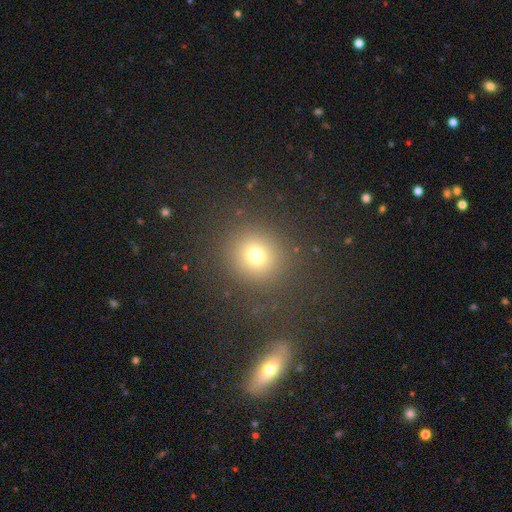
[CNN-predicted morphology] A smooth galaxy with no disk features (72%) that is round (90%). Merging: none (86%).